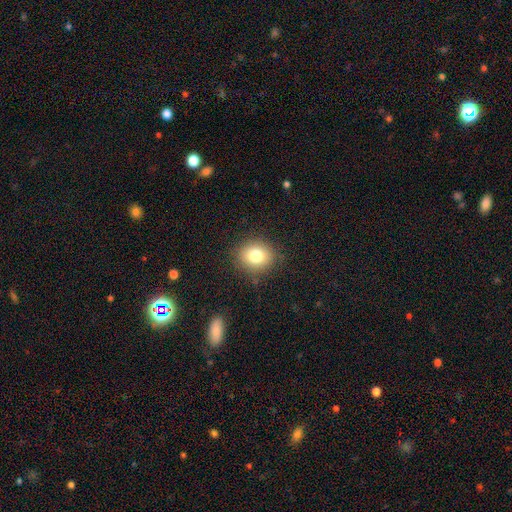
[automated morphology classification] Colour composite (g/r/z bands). It shows a smooth galaxy with no disk features (79%) that is round (74%). Merging: none (86%).